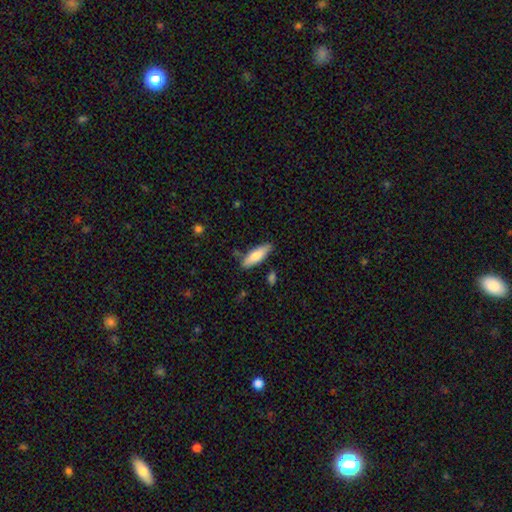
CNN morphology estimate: smooth_or_featured: smooth (p=0.75) [alt: featured or disk p=0.19]
how_rounded: cigar-shaped (p=0.49) [tied with: in between p=0.49]
merging: none (p=0.81) [alt: minor disturbance p=0.13]